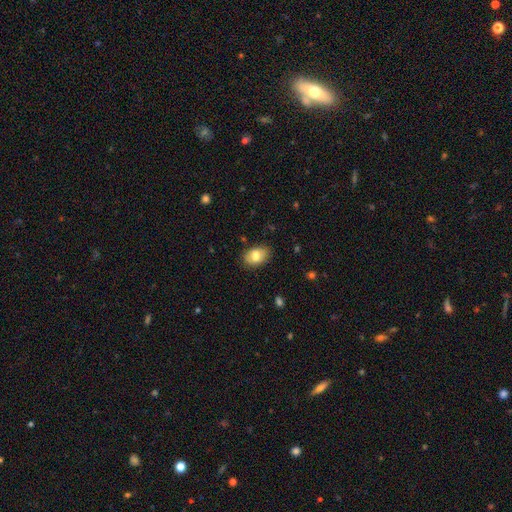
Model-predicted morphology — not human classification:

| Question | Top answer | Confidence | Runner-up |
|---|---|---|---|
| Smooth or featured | smooth | 75% | featured or disk (17%) |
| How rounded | in between | 88% | round (10%) |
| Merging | none | 82% | minor disturbance (13%) |